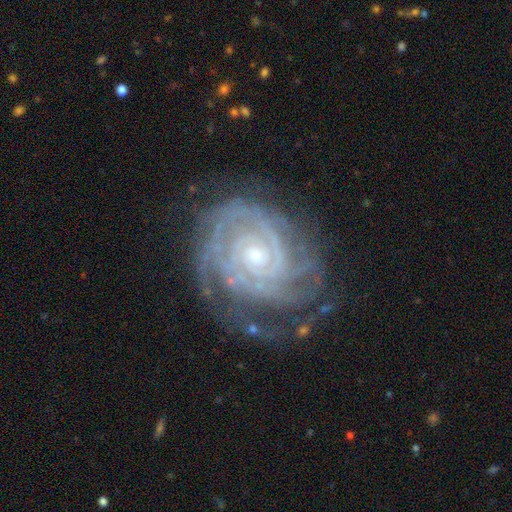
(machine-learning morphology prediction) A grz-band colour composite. It shows a featured or disk galaxy (90%) with no bar (76%), tight (84%) spiral arms (98%) and a small central bulge (74%). Merging: none (68%).